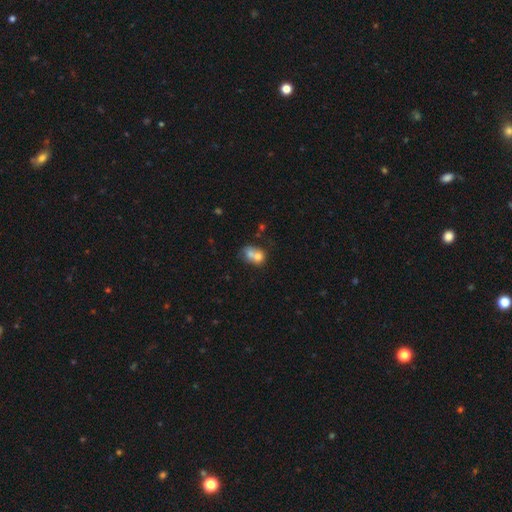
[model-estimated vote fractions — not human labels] smooth 69%, featured or disk 21%, star or artifact 10%. Down the decision tree: how rounded — round (53%); merging — merger (64%).